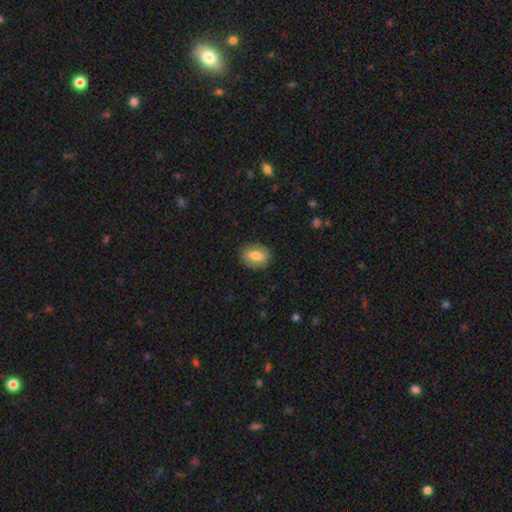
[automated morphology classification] This appears to be a smooth galaxy with no disk features (69%) that is in between round and cigar-shaped (67%). Merging: none (85%).